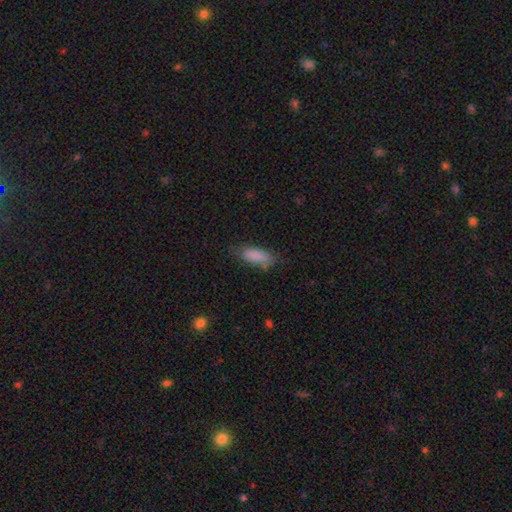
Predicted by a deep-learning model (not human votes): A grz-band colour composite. It shows a smooth galaxy with no disk features (86%) that is in between round and cigar-shaped (71%). Merging: none (71%).